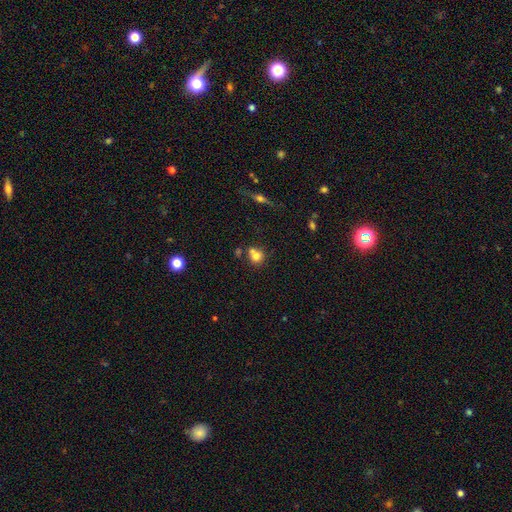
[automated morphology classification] A smooth galaxy with no disk features (75%) that is round (81%).

Vote fractions:
- Smooth or featured? smooth: 75% / featured or disk: 13% / star or artifact: 12%
- How rounded? round: 81% / in between: 18% / cigar-shaped: 1%
- Merging? none: 49% / merger: 35% / minor disturbance: 11% / major disturbance: 4%